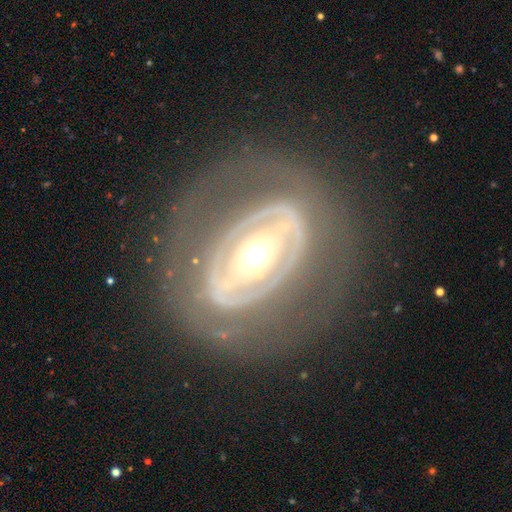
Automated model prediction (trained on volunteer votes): Morphology: type=featured or disk (81%); edge-on=no (93%); bar=no (40%); spiral arms=no (55%); bulge=moderate (67%); merging=none (71%).